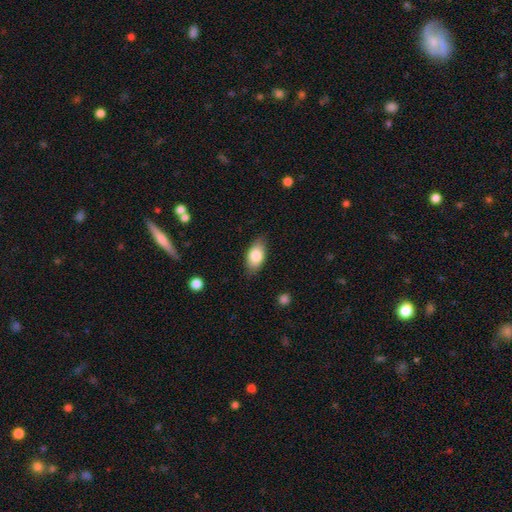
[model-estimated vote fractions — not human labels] Morphology: type=smooth (82%); roundness=in between (91%); merging=none (81%).